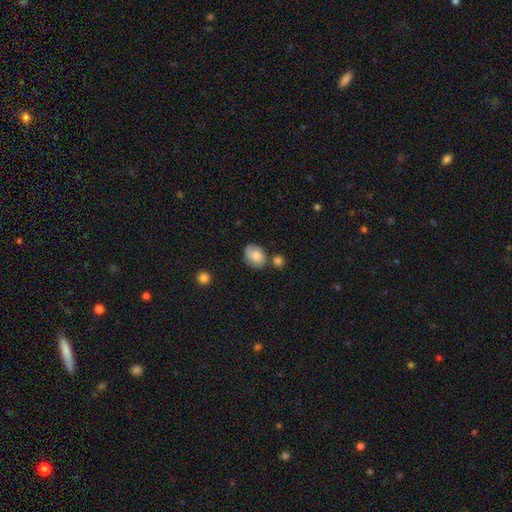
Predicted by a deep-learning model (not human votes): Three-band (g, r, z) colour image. It shows a smooth galaxy with no disk features (75%) that is in between round and cigar-shaped (61%). Merging: none (59%).